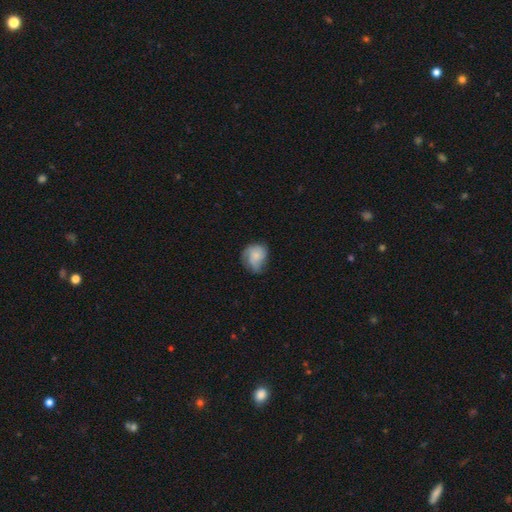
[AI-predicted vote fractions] The model was most divided on "merging": none: 48%, minor disturbance: 33%, major disturbance: 18%, merger: 2%. More confident: how rounded — round (60%); smooth or featured — smooth (60%).